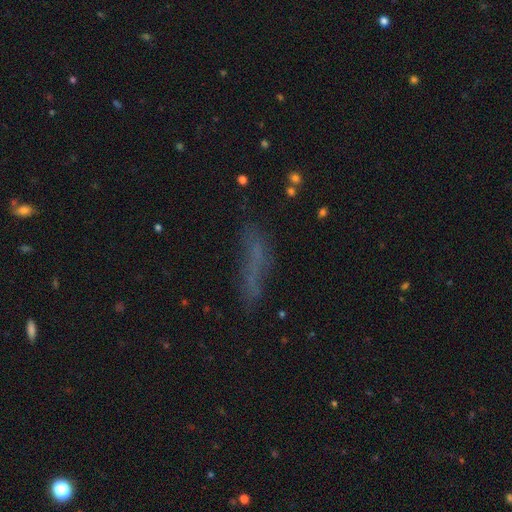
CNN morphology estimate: Q: Smooth or featured?
A: smooth (53%); runner-up: featured or disk (29%)
Q: How rounded?
A: cigar-shaped (70%); runner-up: in between (27%)
Q: Merging?
A: none (54%); runner-up: minor disturbance (23%)